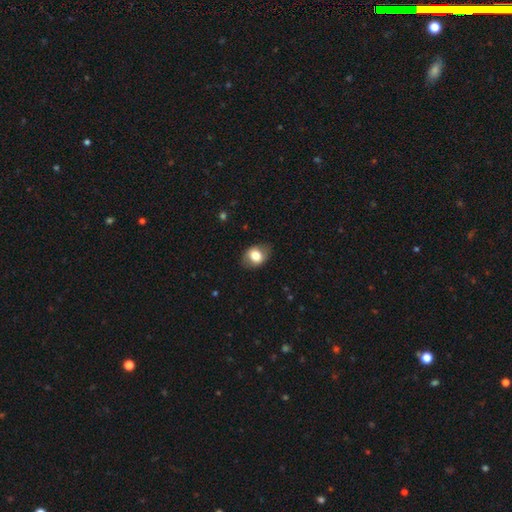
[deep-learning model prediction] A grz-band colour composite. It shows a smooth galaxy with no disk features (76%) that is in between round and cigar-shaped (60%). Merging: none (80%).